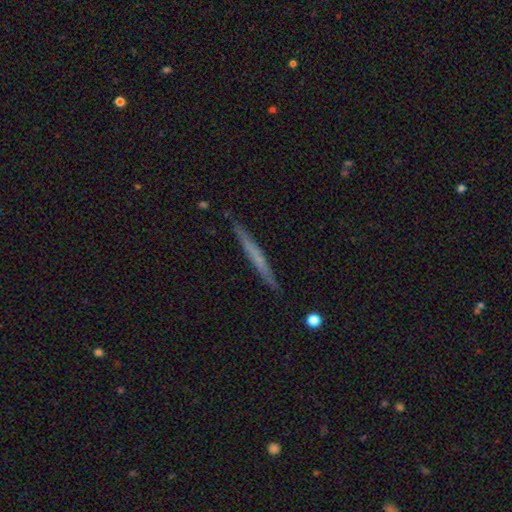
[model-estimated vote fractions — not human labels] A featured or disk galaxy (50%). Merging: none (90%).